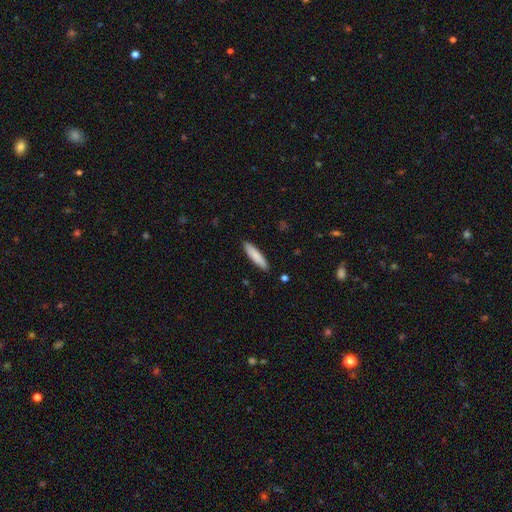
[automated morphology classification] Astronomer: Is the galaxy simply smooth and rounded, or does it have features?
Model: smooth — 84%.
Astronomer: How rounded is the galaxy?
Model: cigar-shaped — 78%.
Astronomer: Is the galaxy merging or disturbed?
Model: none — 89%.